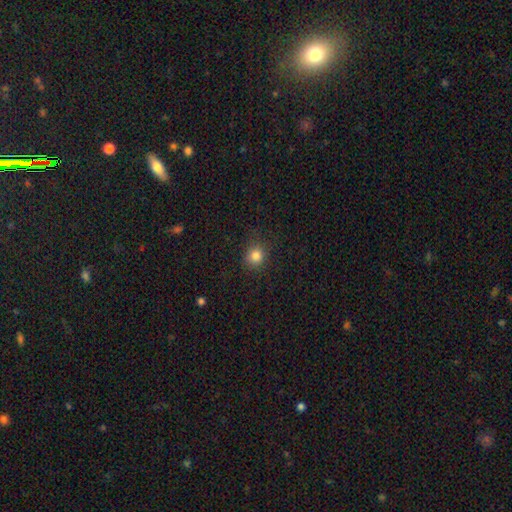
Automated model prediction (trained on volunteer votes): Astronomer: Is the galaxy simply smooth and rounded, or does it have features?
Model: smooth — 83%.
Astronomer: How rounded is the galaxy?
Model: round — 82%.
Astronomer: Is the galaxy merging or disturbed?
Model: none — 83%.